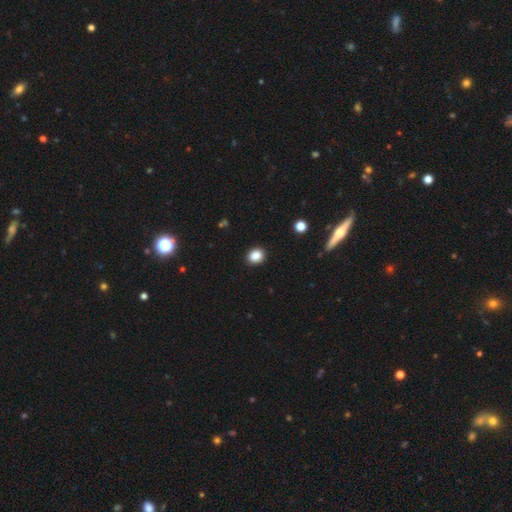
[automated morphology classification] The model was most divided on "how rounded": round: 66%, in between: 33%, cigar-shaped: 1%. More confident: merging — none (90%); smooth or featured — smooth (86%).